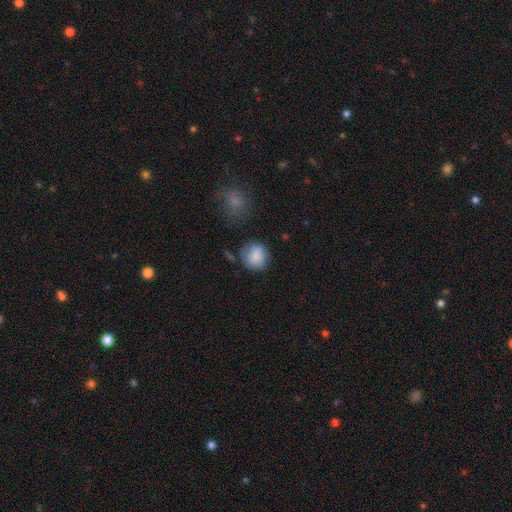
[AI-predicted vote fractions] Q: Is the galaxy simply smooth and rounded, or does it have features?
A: smooth — 85%.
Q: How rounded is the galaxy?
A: round — 84%.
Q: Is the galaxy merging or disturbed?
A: none — 70%.